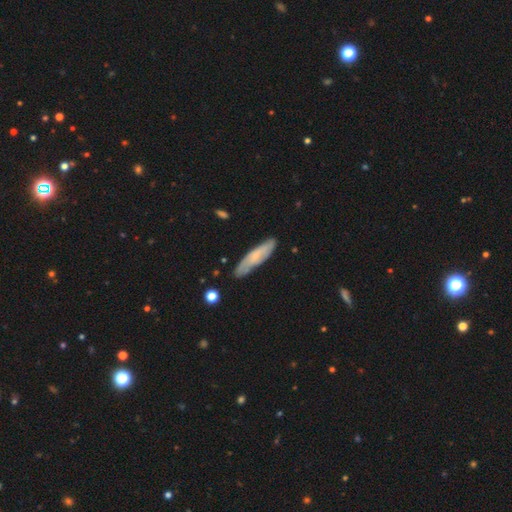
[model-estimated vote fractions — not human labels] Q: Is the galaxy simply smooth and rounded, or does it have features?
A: smooth — 55%.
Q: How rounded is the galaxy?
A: cigar-shaped — 75%.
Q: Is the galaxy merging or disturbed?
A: none — 83%.